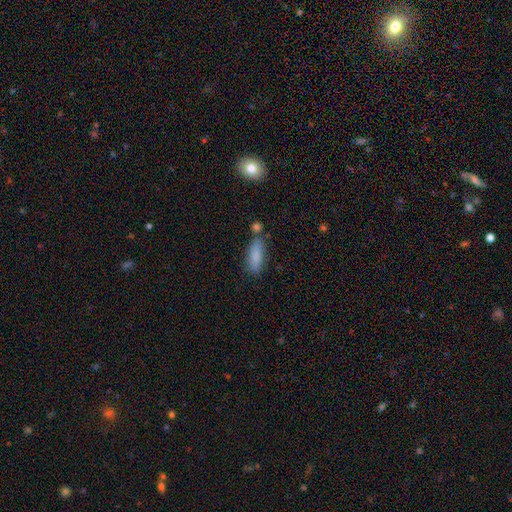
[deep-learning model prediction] Smooth or featured? Predicted: smooth (p=0.84). How rounded? Predicted: in between (p=0.57). Merging? Predicted: none (p=0.70).